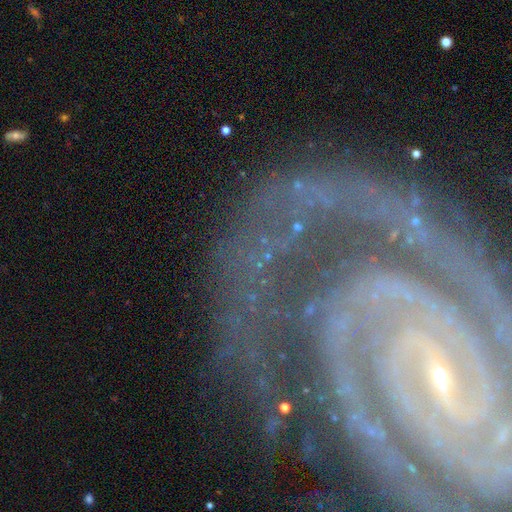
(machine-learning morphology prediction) featured or disk 75%, star or artifact 14%, smooth 11%. Down the decision tree: edge-on disk — no (93%); bar — no (35%); spiral arms — yes (86%); spiral arm count — 2 (37%); spiral winding — tight (60%); bulge size — small (52%); merging — none (64%).